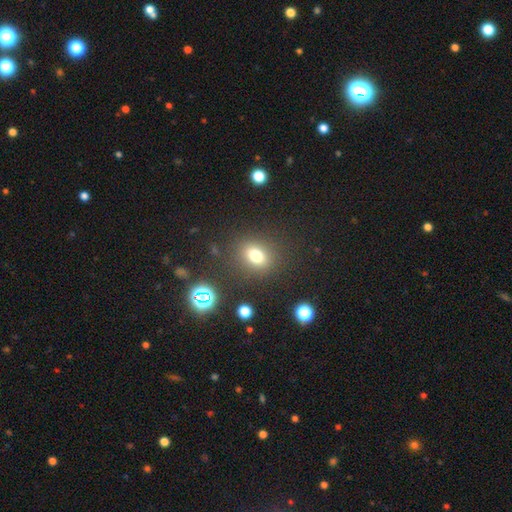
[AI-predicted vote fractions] smooth_or_featured: smooth (p=0.75) [alt: star or artifact p=0.17]
how_rounded: round (p=0.54) [alt: in between p=0.44]
merging: none (p=0.84) [alt: minor disturbance p=0.09]